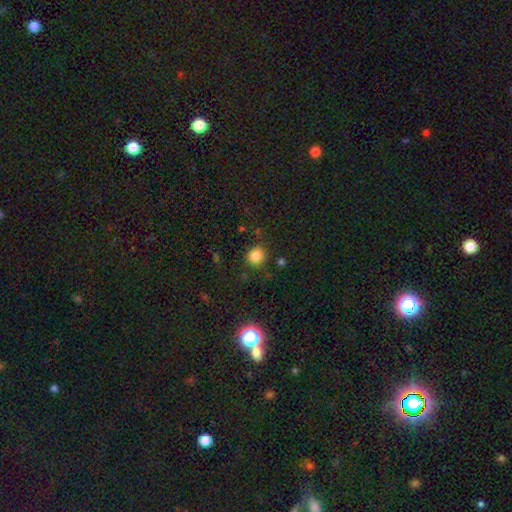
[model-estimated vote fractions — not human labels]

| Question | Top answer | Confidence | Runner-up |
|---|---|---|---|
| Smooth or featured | smooth | 82% | star or artifact (13%) |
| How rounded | round | 91% | in between (8%) |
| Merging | none | 85% | minor disturbance (9%) |